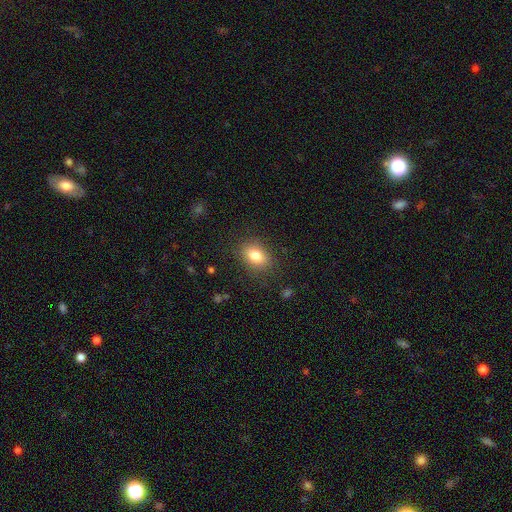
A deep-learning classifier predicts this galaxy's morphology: smooth 72%, star or artifact 22%, featured or disk 7%. Down the decision tree: how rounded — round (62%); merging — none (90%).